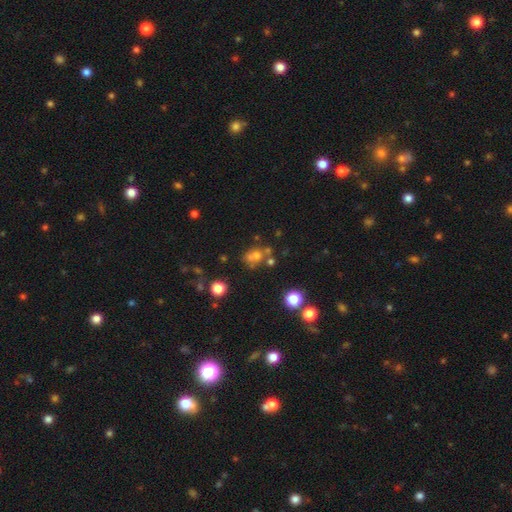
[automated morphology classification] type=smooth (61%); roundness=round (56%); merging=none (45%).